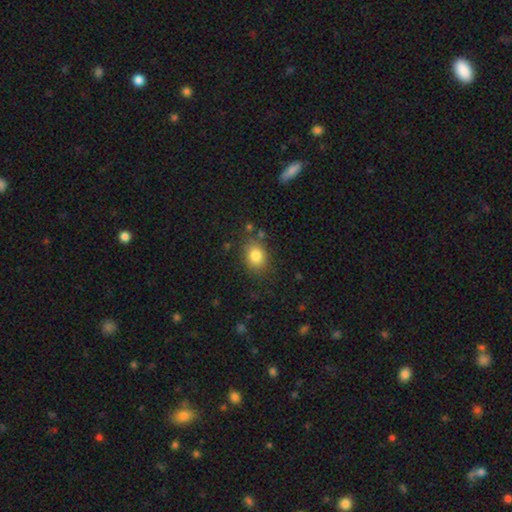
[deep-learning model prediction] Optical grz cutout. It shows a smooth galaxy with no disk features (82%) that is in between round and cigar-shaped (61%). Merging: none (79%).